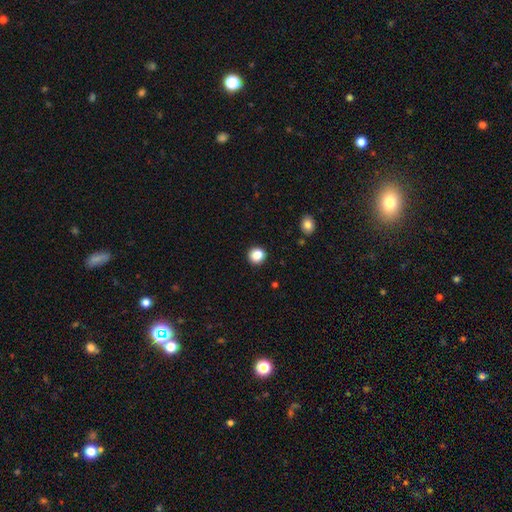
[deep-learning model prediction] smooth-or-featured: smooth: 86% | star or artifact: 10% | featured or disk: 4%
  how-rounded: round: 87% | in between: 12% | cigar-shaped: 1%
  merging: none: 90% | minor disturbance: 6% | major disturbance: 2% | merger: 1%